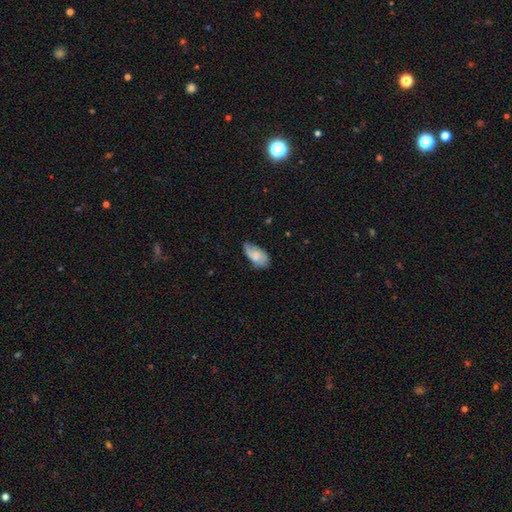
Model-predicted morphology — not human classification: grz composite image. It shows a smooth galaxy with no disk features (63%) that is in between round and cigar-shaped (93%). Merging: none (51%).